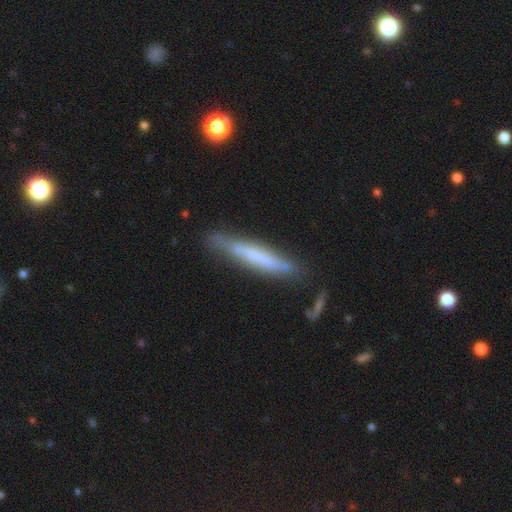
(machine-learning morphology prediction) The model was most divided on "smooth or featured": smooth: 49%, featured or disk: 44%, star or artifact: 7%. More confident: merging — none (74%).